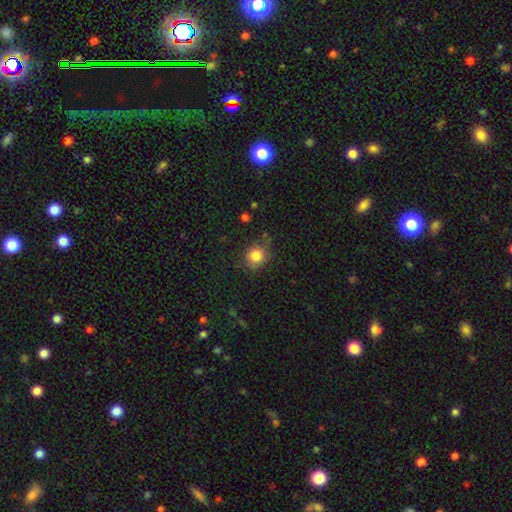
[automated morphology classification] A smooth galaxy with no disk features (83%) that is round (83%). Merging: none (71%).